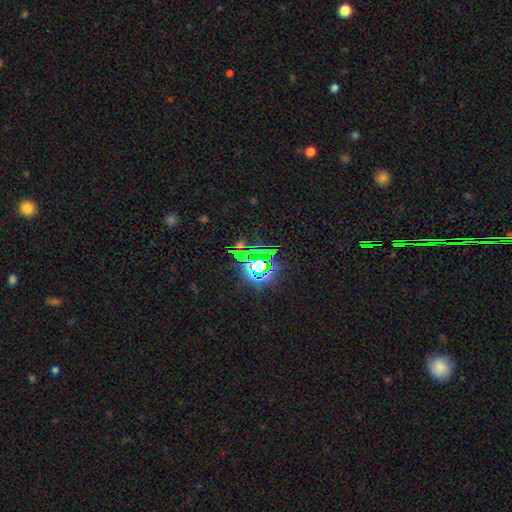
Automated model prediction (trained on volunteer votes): Smooth or featured: star or artifact — 79% (smooth — 13%)